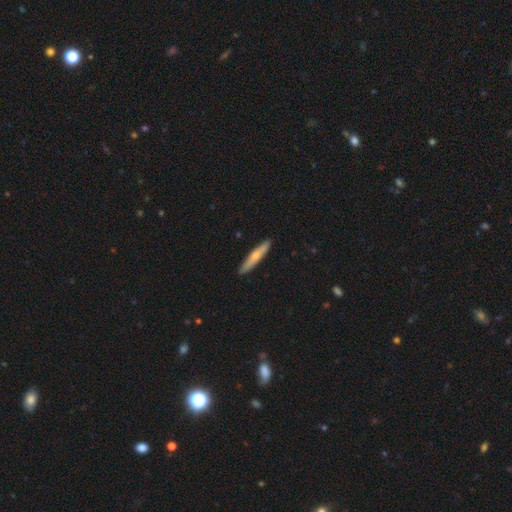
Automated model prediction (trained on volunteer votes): smooth 57%, featured or disk 38%, star or artifact 5%. Down the decision tree: how rounded — cigar-shaped (90%); merging — none (91%).